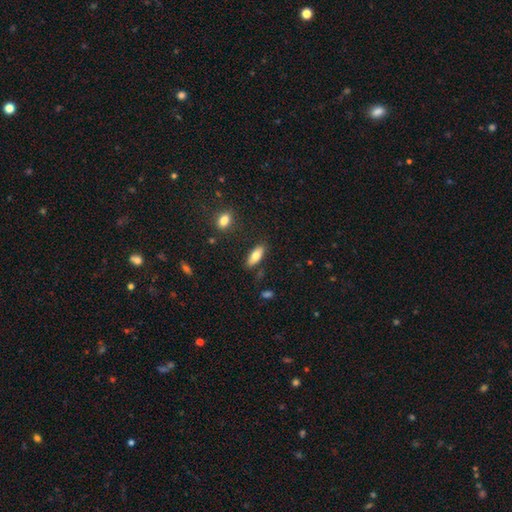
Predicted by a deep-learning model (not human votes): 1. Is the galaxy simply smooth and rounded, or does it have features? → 73% smooth, 21% featured or disk, 7% star or artifact.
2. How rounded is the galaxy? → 70% in between, 27% cigar-shaped, 2% round.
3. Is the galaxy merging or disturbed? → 84% none, 11% minor disturbance, 3% major disturbance, 3% merger.